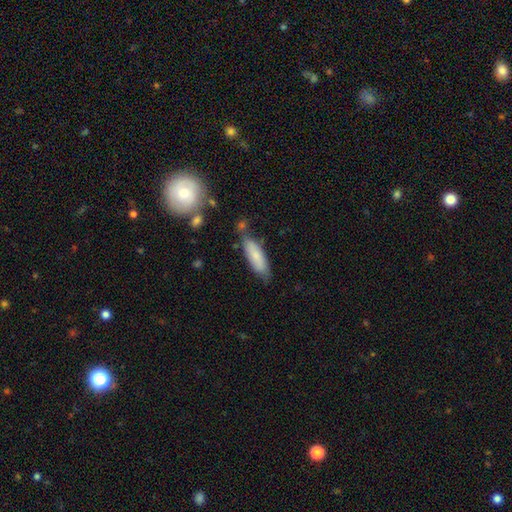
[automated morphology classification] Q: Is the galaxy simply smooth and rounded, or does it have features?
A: smooth — 76%.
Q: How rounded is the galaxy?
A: cigar-shaped — 52%.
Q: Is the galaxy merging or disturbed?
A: none — 66%.